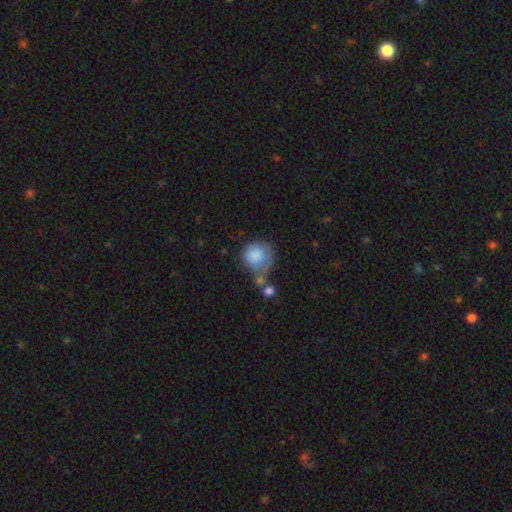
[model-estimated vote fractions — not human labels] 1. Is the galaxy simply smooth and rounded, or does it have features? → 82% smooth, 11% featured or disk, 7% star or artifact.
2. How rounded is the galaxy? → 85% round, 14% in between, 1% cigar-shaped.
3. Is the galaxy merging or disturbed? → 40% none, 25% minor disturbance, 19% major disturbance, 17% merger.